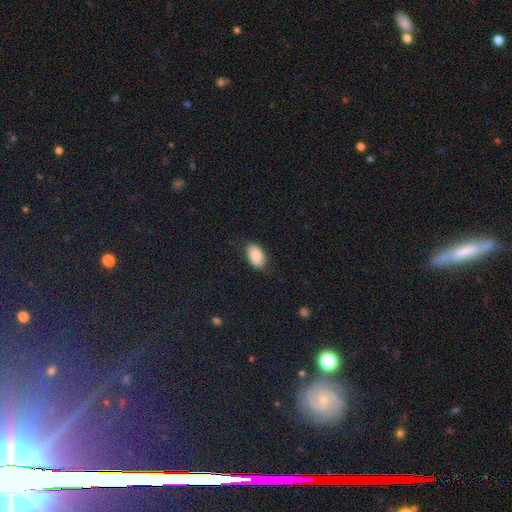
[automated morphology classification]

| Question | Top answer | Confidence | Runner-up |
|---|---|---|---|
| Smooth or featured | smooth | 83% | featured or disk (10%) |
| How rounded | in between | 92% | round (6%) |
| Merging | none | 80% | minor disturbance (16%) |